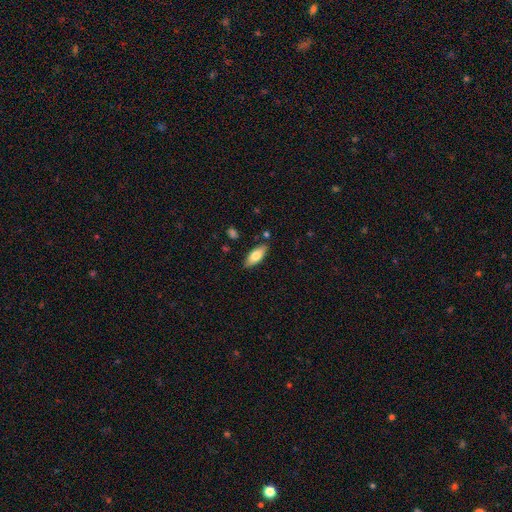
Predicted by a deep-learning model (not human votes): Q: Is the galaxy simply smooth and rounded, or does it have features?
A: smooth — 74%.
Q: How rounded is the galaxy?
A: in between — 77%.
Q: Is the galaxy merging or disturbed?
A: none — 85%.